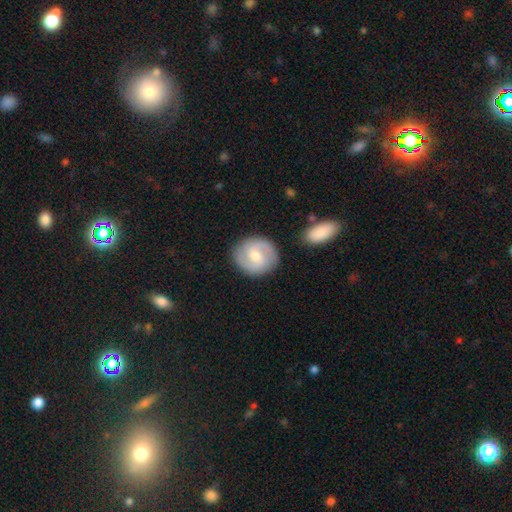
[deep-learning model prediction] Overall: featured or disk (69%). Edge-on disk: no (98%). Bar: weak (50%; no 39%). Spiral arms: yes (92%). Spiral arm count: 2 (85%). Spiral winding: medium (49%; tight 34%). Bulge size: moderate (52%; small 42%). Merging: none (84%).